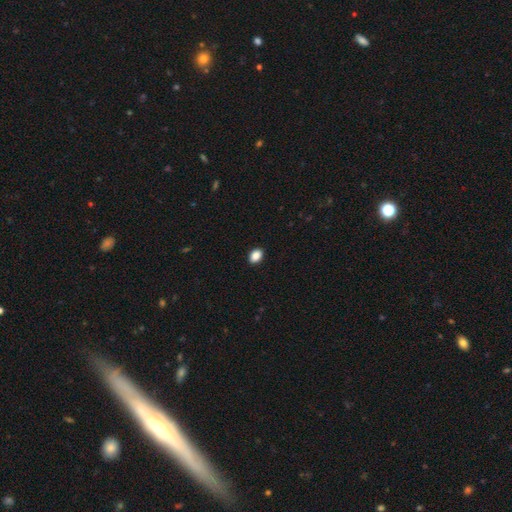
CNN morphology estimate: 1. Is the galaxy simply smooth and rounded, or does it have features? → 89% smooth, 8% star or artifact, 3% featured or disk.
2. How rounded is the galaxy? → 78% in between, 21% round, 1% cigar-shaped.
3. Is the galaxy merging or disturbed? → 91% none, 7% minor disturbance, 2% major disturbance, 1% merger.